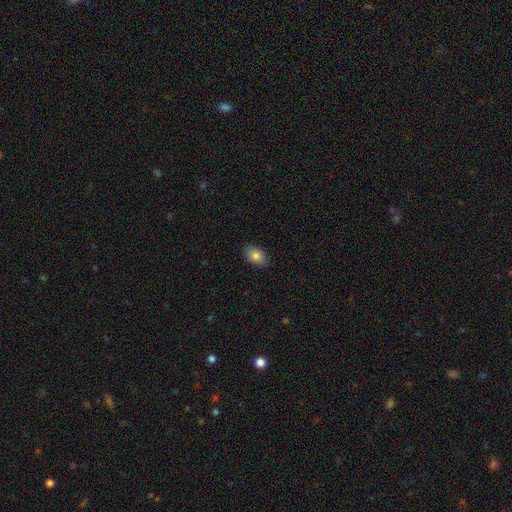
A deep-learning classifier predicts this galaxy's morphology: This appears to be a smooth galaxy with no disk features (84%) that is in between round and cigar-shaped (87%). Merging: none (87%).